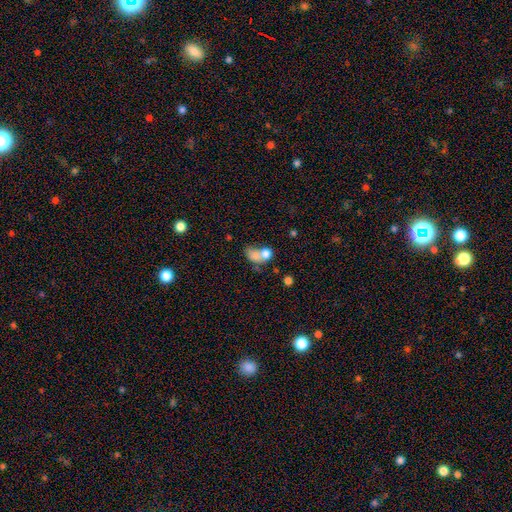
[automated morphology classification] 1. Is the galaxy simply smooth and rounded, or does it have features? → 71% smooth, 17% featured or disk, 12% star or artifact.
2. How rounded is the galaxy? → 63% in between, 35% round, 2% cigar-shaped.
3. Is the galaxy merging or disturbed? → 53% merger, 22% none, 14% major disturbance, 11% minor disturbance.